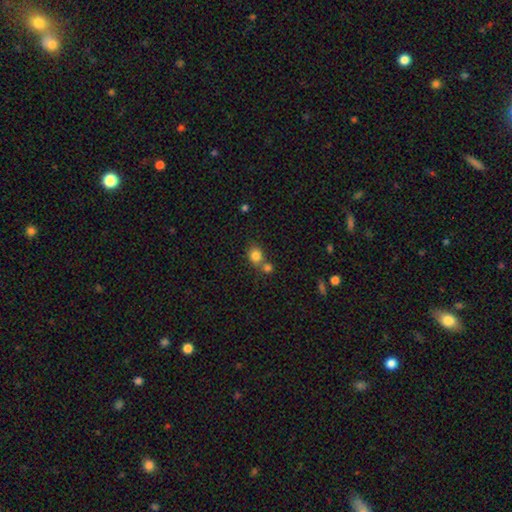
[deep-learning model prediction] smooth_or_featured: smooth (p=0.82) [alt: star or artifact p=0.11]
how_rounded: round (p=0.72) [alt: in between p=0.27]
merging: none (p=0.47) [alt: merger p=0.41]